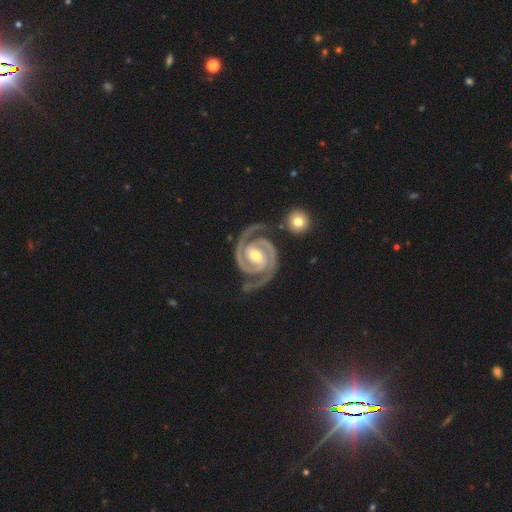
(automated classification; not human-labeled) A featured or disk galaxy (95%) with a strong bar (42%), 2 (93%) tight (70%) spiral arms (99%) and a moderate central bulge (71%). Merging: none (79%).